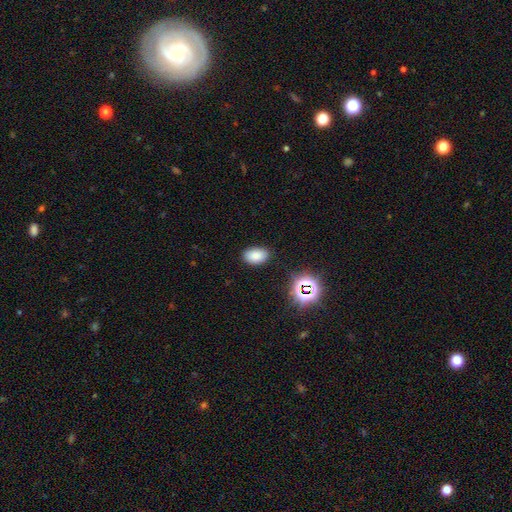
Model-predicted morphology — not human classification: This is likely a smooth galaxy (80%). How rounded: clearly in between (89%). Merging: clearly none (86%).